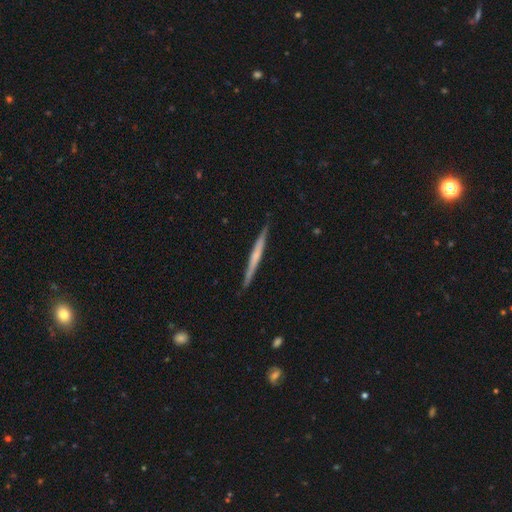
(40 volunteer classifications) A featured or disk galaxy (55%) viewed edge-on (100%) with no central bulge (68%).

Vote fractions:
- Smooth or featured? featured or disk: 55% / smooth: 45% / star or artifact: 0%
- Edge-on disk? yes: 100% / no: 0%
- Edge-on bulge? none: 68% / rounded: 23% / boxy: 9%
- Merging? none: 90% / minor disturbance: 8% / major disturbance: 2% / merger: 0%